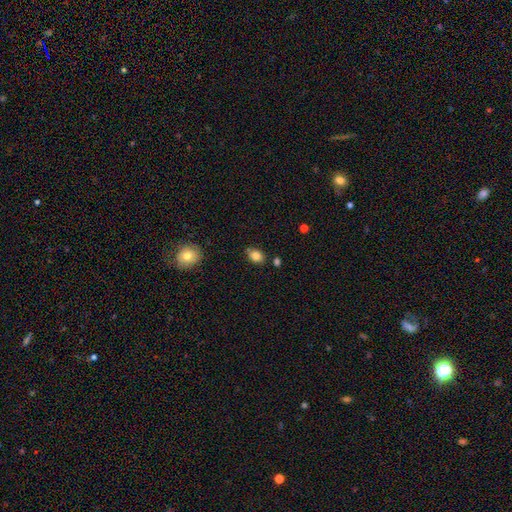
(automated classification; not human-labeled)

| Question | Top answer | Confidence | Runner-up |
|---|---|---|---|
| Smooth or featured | smooth | 84% | star or artifact (10%) |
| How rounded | in between | 68% | round (31%) |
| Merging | none | 75% | minor disturbance (16%) |